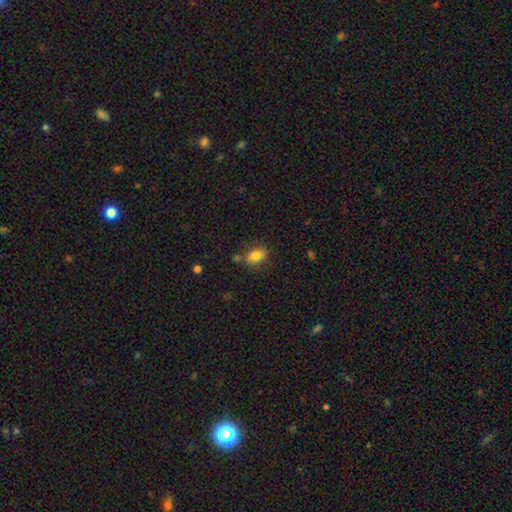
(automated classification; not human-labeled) A smooth galaxy with no disk features (81%) that is in between round and cigar-shaped (82%). Merging: none (75%).